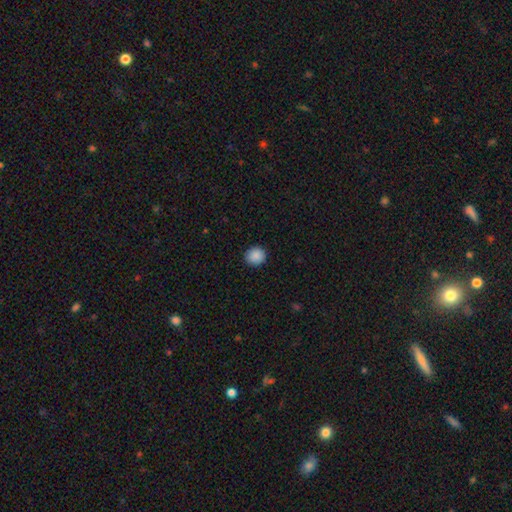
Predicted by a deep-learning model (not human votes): smooth 88%, star or artifact 9%, featured or disk 3%. Down the decision tree: how rounded — round (88%); merging — none (91%).